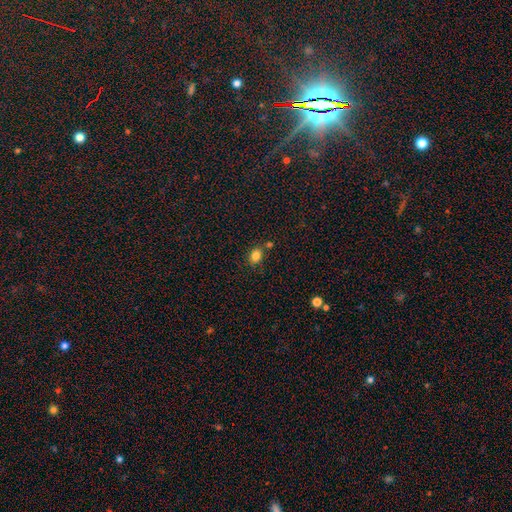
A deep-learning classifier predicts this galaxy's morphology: type=smooth (83%); roundness=in between (59%); merging=none (70%).